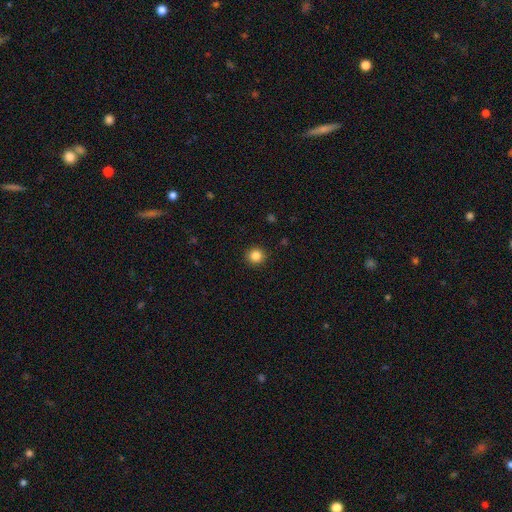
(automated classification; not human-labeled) Q: Smooth or featured?
A: smooth (85%); runner-up: star or artifact (11%)
Q: How rounded?
A: round (93%); runner-up: in between (6%)
Q: Merging?
A: none (92%); runner-up: minor disturbance (5%)